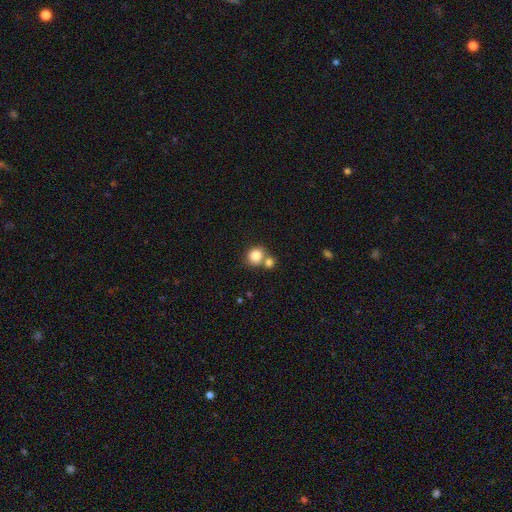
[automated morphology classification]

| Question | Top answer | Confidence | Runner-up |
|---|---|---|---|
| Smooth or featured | smooth | 84% | star or artifact (9%) |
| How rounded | round | 82% | in between (17%) |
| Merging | none | 52% | merger (36%) |